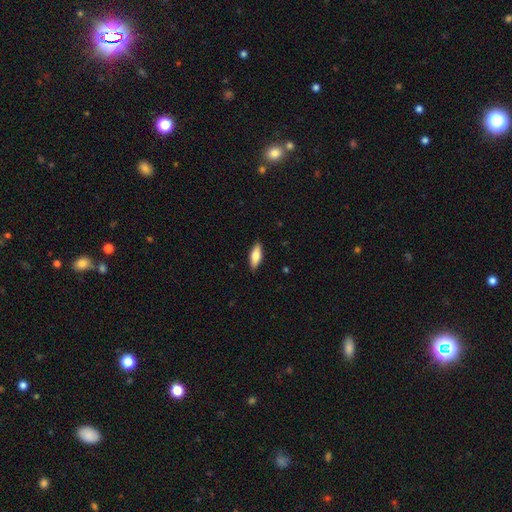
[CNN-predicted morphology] Smooth or featured?
  - smooth: 75% *
  - featured or disk: 19%
  - star or artifact: 6%
How rounded?
  - in between: 71% *
  - cigar-shaped: 27%
  - round: 2%
Merging?
  - none: 88% *
  - minor disturbance: 9%
  - major disturbance: 2%
  - merger: 1%